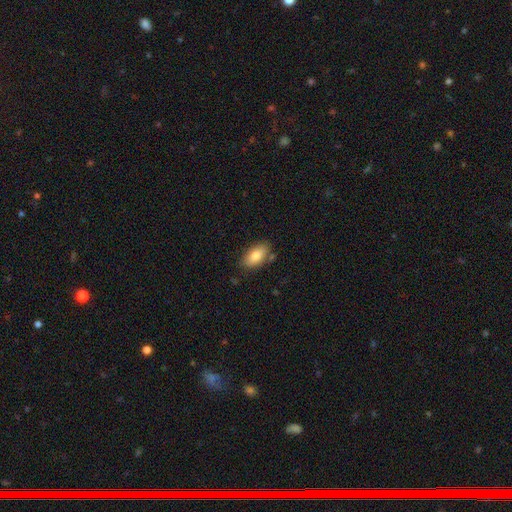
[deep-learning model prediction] This appears to be a smooth galaxy with no disk features (81%) that is in between round and cigar-shaped (92%). Merging: none (78%).